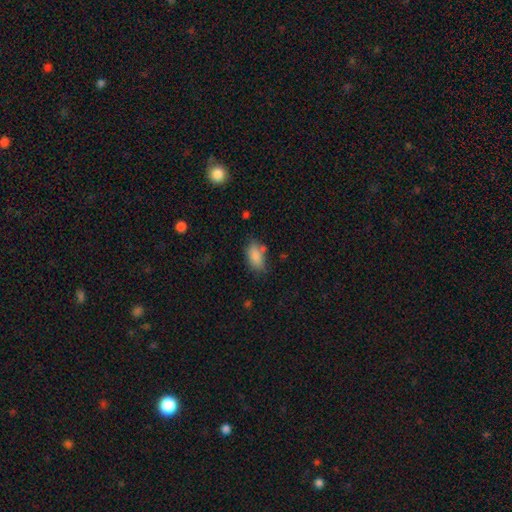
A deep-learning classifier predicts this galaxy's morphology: smooth 85%, star or artifact 8%, featured or disk 7%. Down the decision tree: how rounded — in between (90%); merging — none (63%).